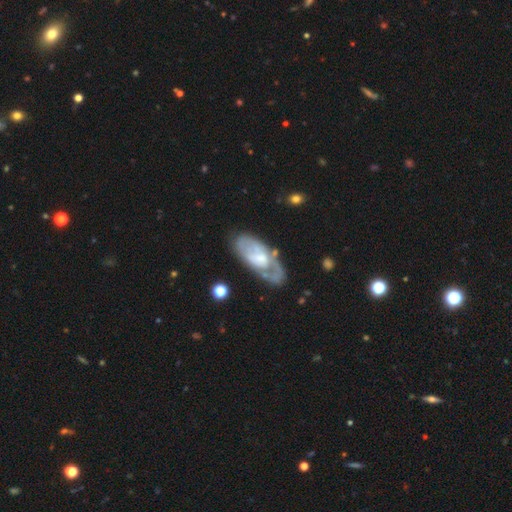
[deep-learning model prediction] The model was most divided on "bulge size": moderate: 43%, small: 35%, none: 10%, large: 10%, dominant: 2%. More confident: edge-on disk — no (88%); smooth or featured — featured or disk (67%); spiral arms — yes (66%); bar — no (65%); merging — none (63%).